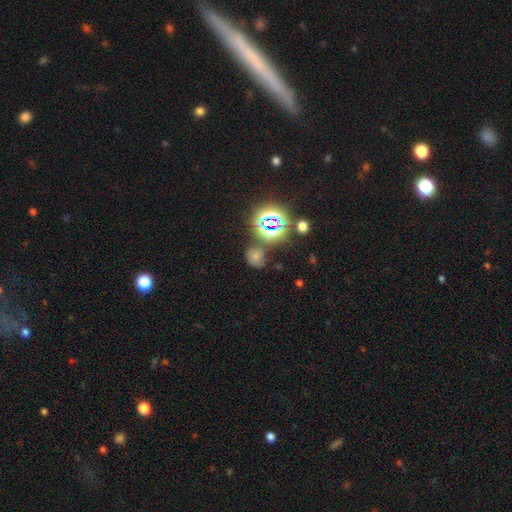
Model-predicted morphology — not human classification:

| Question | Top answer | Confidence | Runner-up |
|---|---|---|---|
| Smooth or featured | smooth | 54% | star or artifact (35%) |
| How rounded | round | 61% | in between (37%) |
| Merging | none | 67% | minor disturbance (17%) |